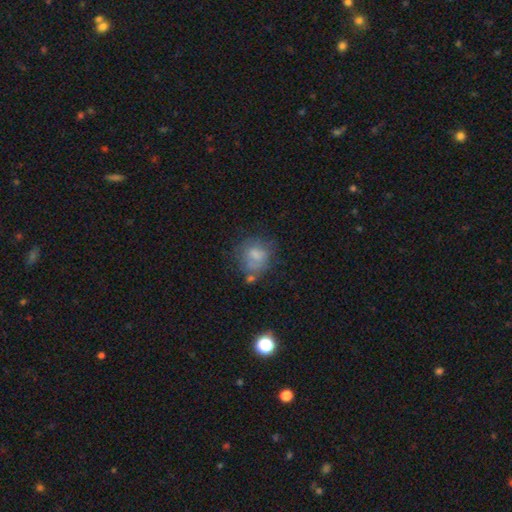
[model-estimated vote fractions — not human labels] Q: Smooth or featured?
A: smooth (60%); runner-up: featured or disk (28%)
Q: How rounded?
A: round (65%); runner-up: in between (34%)
Q: Merging?
A: none (46%); runner-up: minor disturbance (25%)